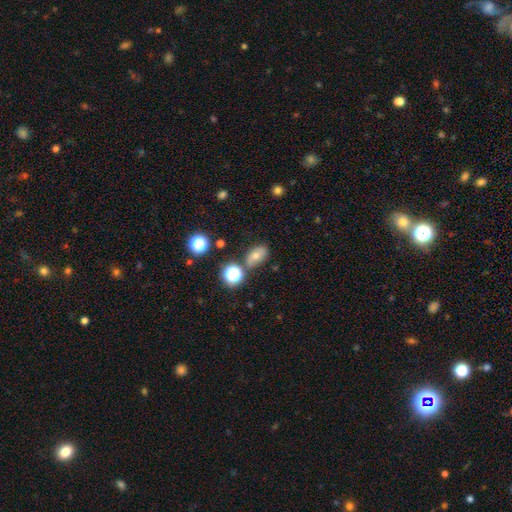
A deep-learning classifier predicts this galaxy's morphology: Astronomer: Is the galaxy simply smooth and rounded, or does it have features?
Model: smooth — 61%.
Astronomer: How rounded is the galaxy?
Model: in between — 78%.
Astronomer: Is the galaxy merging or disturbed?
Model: none — 69%.